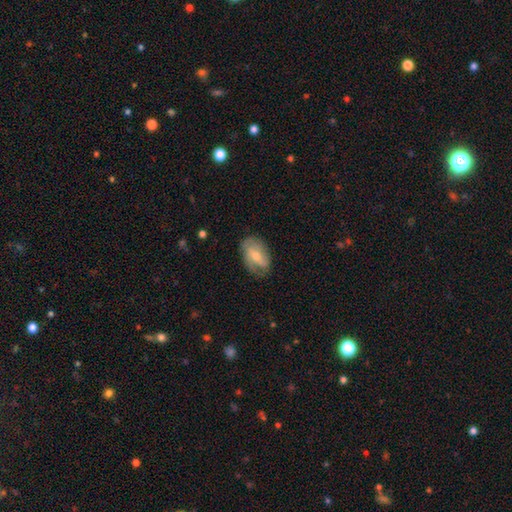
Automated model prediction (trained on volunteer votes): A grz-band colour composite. It shows a featured or disk galaxy (55%) with no bar (43%), spiral arms (75%) and a moderate central bulge (49%). Merging: none (68%).